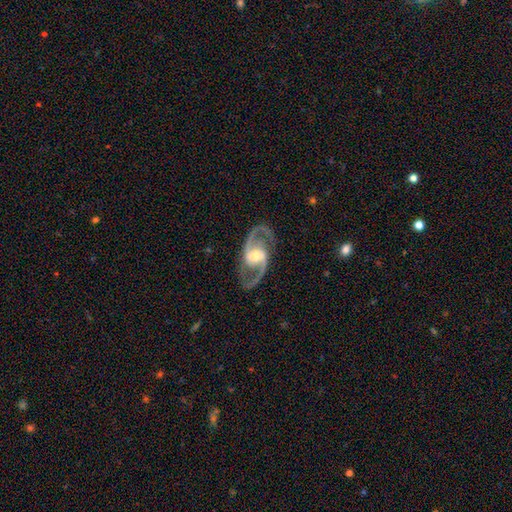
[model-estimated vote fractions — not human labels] Morphology: type=featured or disk (93%); edge-on=no (97%); bar=weak (42%); spiral arms=yes (98%); winding=medium (63%); arm count=2 (94%); bulge=moderate (60%); merging=none (85%).